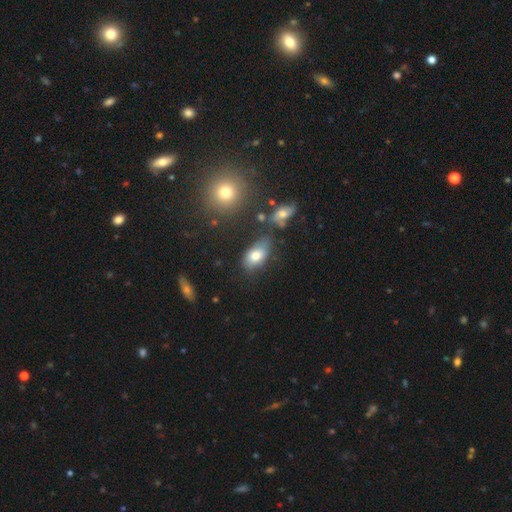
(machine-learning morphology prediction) Smooth or featured? Predicted: smooth (p=0.76). How rounded? Predicted: in between (p=0.90). Merging? Predicted: none (p=0.61).